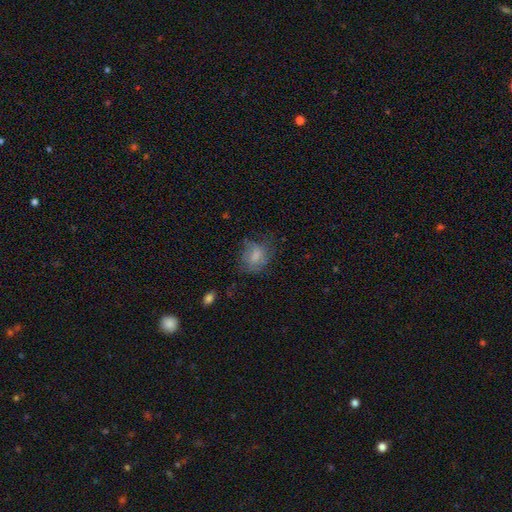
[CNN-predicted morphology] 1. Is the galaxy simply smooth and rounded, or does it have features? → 66% smooth, 24% featured or disk, 10% star or artifact.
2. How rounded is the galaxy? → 54% in between, 44% round, 2% cigar-shaped.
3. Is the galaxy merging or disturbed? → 53% none, 27% minor disturbance, 18% major disturbance, 2% merger.